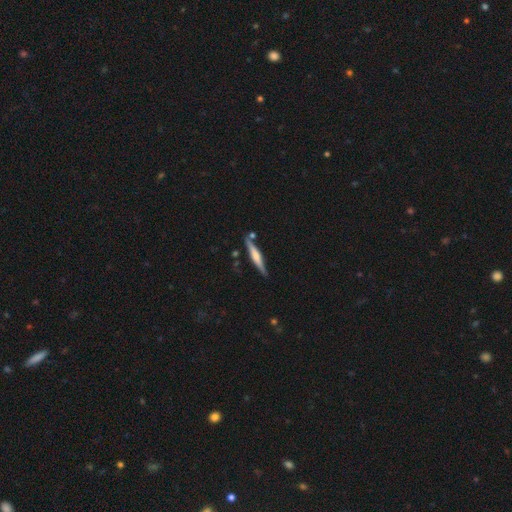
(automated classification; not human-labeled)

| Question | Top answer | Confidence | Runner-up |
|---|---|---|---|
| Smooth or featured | featured or disk | 56% | smooth (38%) |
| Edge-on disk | yes | 97% | no (3%) |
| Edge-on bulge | rounded | 61% | boxy (21%) |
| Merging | none | 81% | minor disturbance (11%) |